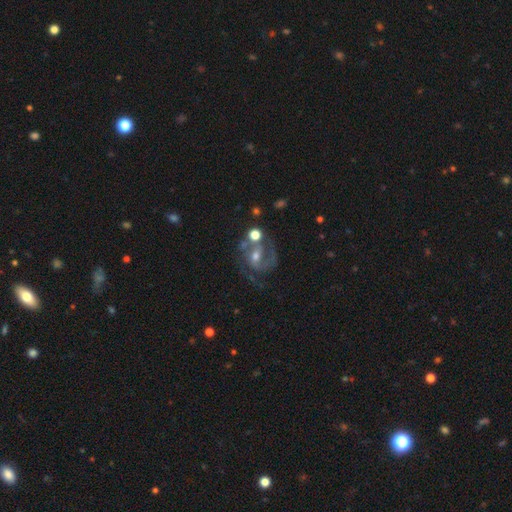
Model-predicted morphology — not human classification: A featured or disk galaxy (82%) with a weak bar (47%), 2 (72%) medium (54%) spiral arms (93%) and a moderate central bulge (52%).

Vote fractions:
- Smooth or featured? featured or disk: 82% / star or artifact: 9% / smooth: 9%
- Edge-on disk? no: 97% / yes: 3%
- Bar? weak: 47% / no: 36% / strong: 17%
- Spiral arms? yes: 93% / no: 7%
- Spiral winding? medium: 54% / tight: 29% / loose: 17%
- Spiral arm count? 2: 72% / 1: 9% / can't tell: 9% / 3: 6% / 4: 2% / more than 4: 2%
- Bulge size? moderate: 52% / small: 41% / large: 3% / none: 3% / dominant: 1%
- Merging? none: 54% / minor disturbance: 18% / major disturbance: 15% / merger: 13%